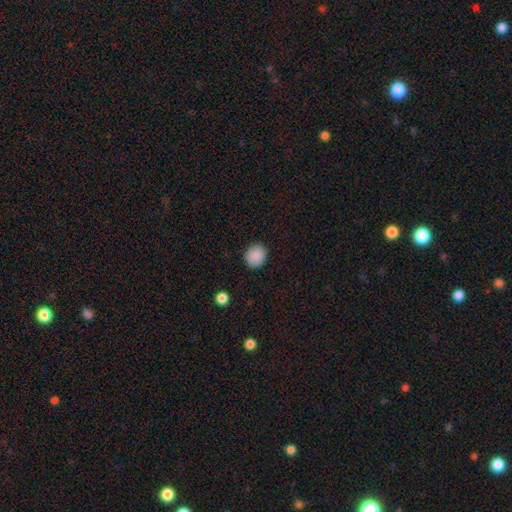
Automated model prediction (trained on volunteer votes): smooth_or_featured: smooth (p=0.89) [alt: star or artifact p=0.08]
how_rounded: round (p=0.79) [alt: in between p=0.20]
merging: none (p=0.90) [alt: minor disturbance p=0.07]